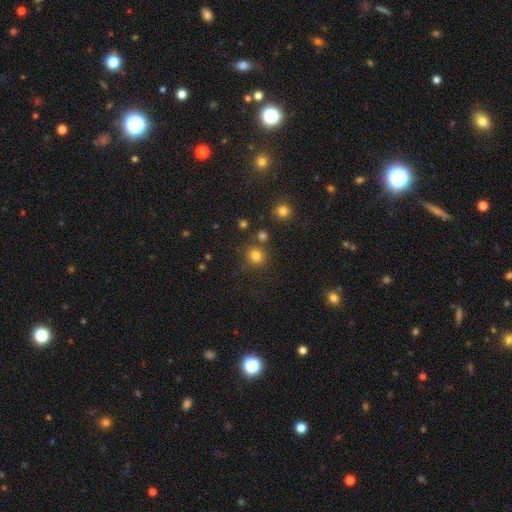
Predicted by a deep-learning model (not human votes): This is likely a smooth galaxy (79%). How rounded: clearly round (87%). Merging: likely none (78%).